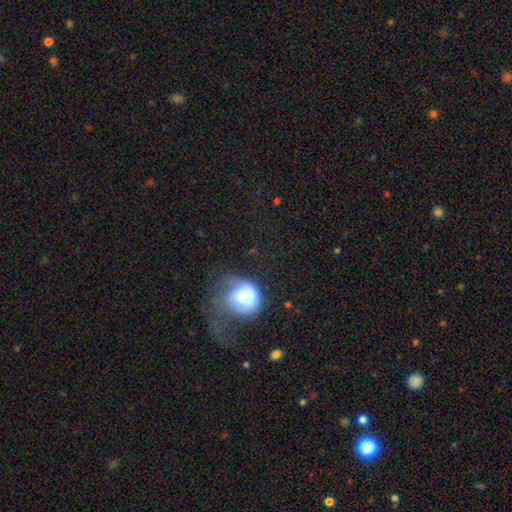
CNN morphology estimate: Overall: smooth (48%; featured or disk 35%). Merging: major disturbance (46%; none 33%).